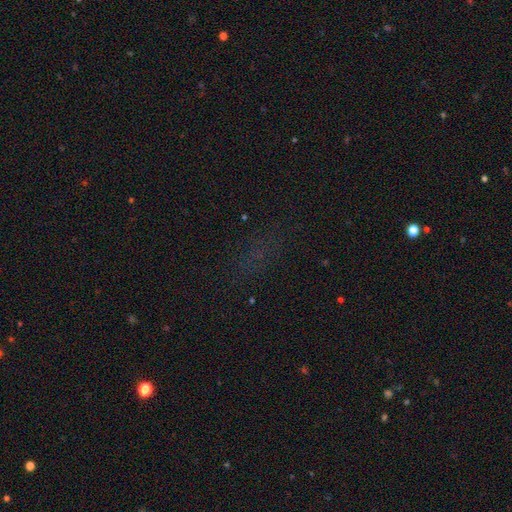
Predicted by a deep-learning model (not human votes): smooth-or-featured: star or artifact: 55% | smooth: 30% | featured or disk: 15%